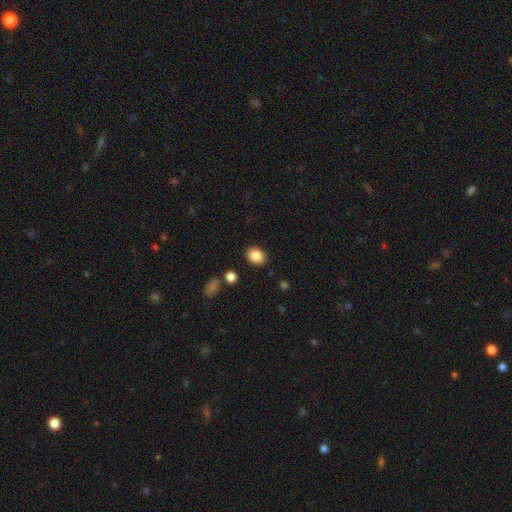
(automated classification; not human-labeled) Smooth or featured?
  - smooth: 87% *
  - star or artifact: 9%
  - featured or disk: 5%
How rounded?
  - in between: 58% *
  - round: 41%
  - cigar-shaped: 1%
Merging?
  - none: 87% *
  - minor disturbance: 8%
  - major disturbance: 3%
  - merger: 2%